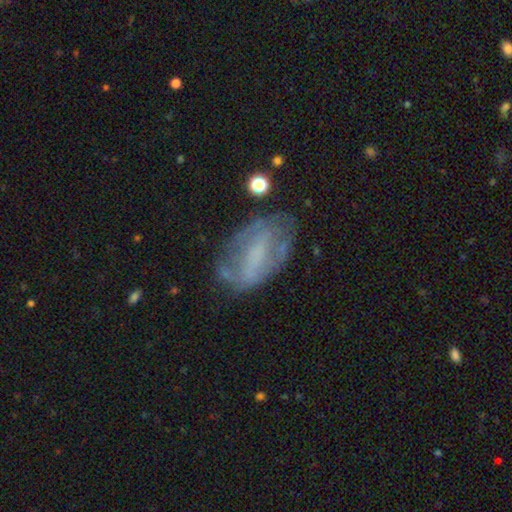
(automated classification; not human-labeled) Morphology: type=featured or disk (58%); edge-on=no (93%); bar=no (39%); spiral arms=no (51%); bulge=none (49%); merging=none (55%).